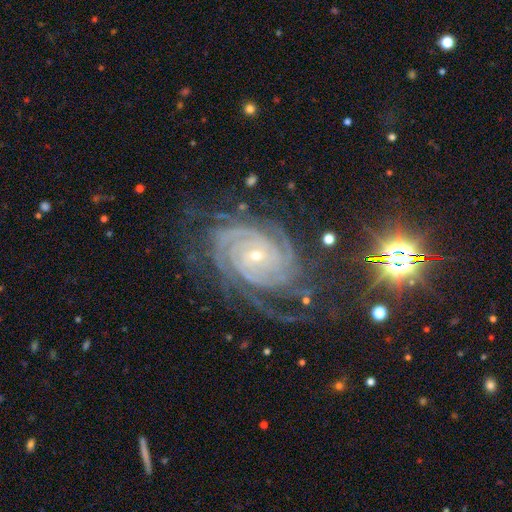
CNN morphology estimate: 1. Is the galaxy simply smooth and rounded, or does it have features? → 91% featured or disk, 6% star or artifact, 3% smooth.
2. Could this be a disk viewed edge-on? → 97% no, 3% yes.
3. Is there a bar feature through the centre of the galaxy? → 67% no, 22% weak, 11% strong.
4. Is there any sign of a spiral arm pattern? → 99% yes, 1% no.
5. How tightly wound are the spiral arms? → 82% tight, 16% medium, 2% loose.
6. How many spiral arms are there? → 27% 4, 20% 3, 16% 2, 15% can't tell, 14% more than 4, 7% 1.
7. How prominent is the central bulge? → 78% small, 19% moderate, 1% none, 1% large, 1% dominant.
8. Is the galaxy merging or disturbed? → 67% none, 21% minor disturbance, 11% major disturbance, 2% merger.